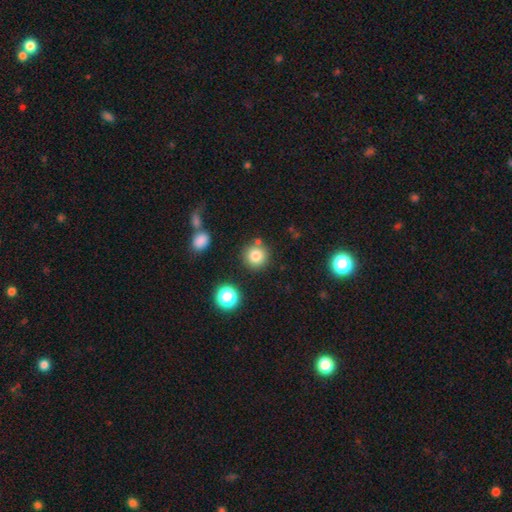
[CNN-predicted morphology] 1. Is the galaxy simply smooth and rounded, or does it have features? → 80% smooth, 12% star or artifact, 8% featured or disk.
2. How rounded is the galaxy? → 93% round, 6% in between, 1% cigar-shaped.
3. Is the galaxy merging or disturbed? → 80% none, 9% minor disturbance, 8% merger, 3% major disturbance.